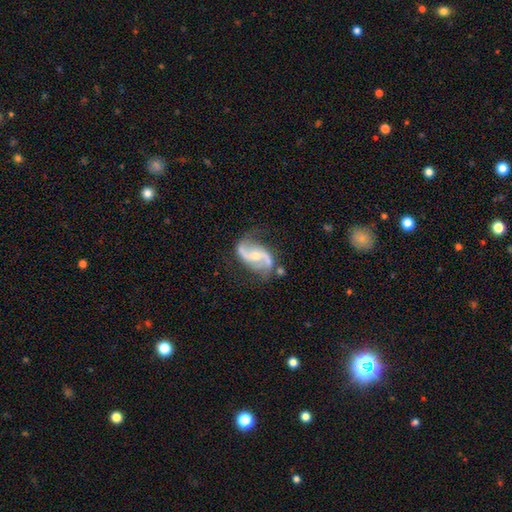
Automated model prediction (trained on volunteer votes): Smooth or featured? featured or disk (89%)
Edge-on disk? no (97%)
Bar? no (44%)
Spiral arms? yes (97%)
Spiral winding? loose (60%)
Spiral arm count? 2 (92%)
Bulge size? moderate (47%, tied with small)
Merging? none (68%)